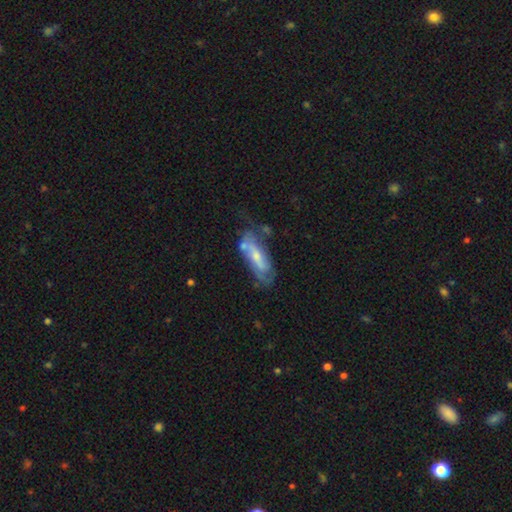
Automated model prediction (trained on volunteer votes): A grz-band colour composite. It shows a featured or disk galaxy (60%). Merging: none (46%).